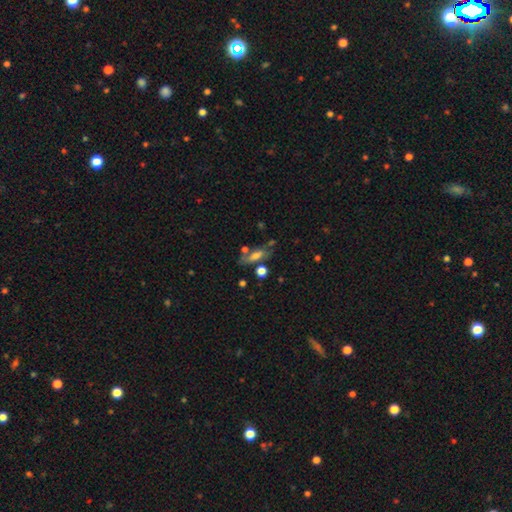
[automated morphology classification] A smooth galaxy with no disk features (55%) that is in between round and cigar-shaped (62%). Merging: none (57%).